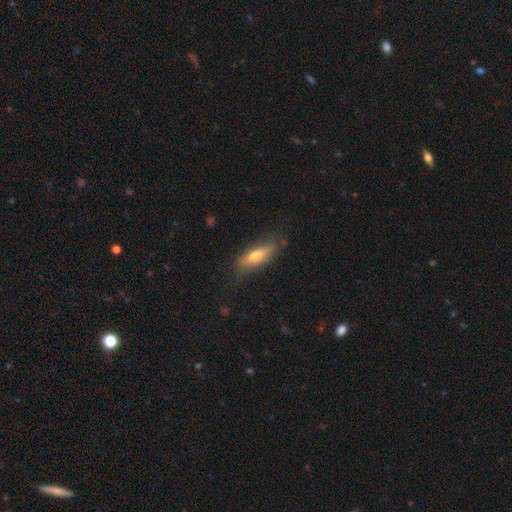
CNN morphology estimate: A smooth galaxy with no disk features (64%) that is in between round and cigar-shaped (51%).

Vote fractions:
- Smooth or featured? smooth: 64% / featured or disk: 30% / star or artifact: 6%
- How rounded? in between: 51% / cigar-shaped: 47% / round: 2%
- Merging? none: 76% / minor disturbance: 17% / major disturbance: 5% / merger: 2%